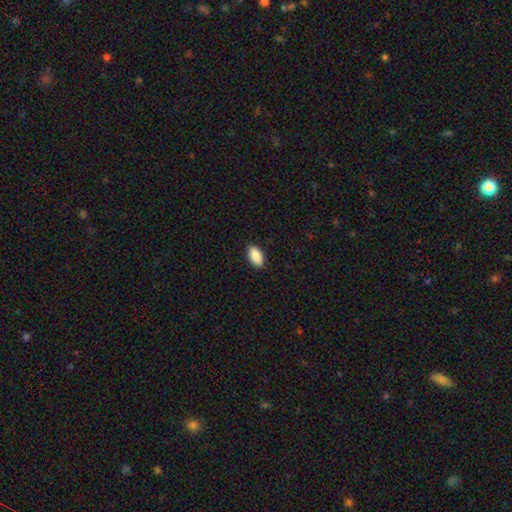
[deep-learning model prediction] Smooth or featured?
  - smooth: 90% *
  - star or artifact: 6%
  - featured or disk: 3%
How rounded?
  - in between: 93% *
  - cigar-shaped: 4%
  - round: 3%
Merging?
  - none: 89% *
  - minor disturbance: 8%
  - major disturbance: 2%
  - merger: 1%